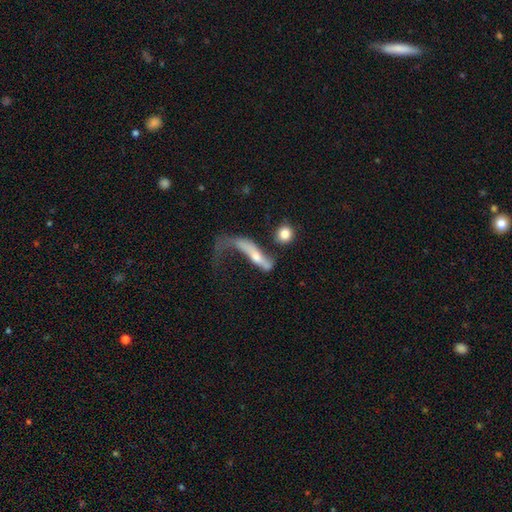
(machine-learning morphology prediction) Overall: featured or disk (53%; smooth 38%). Edge-on disk: no (62%; yes 38%). Merging: major disturbance (55%; none 18%).